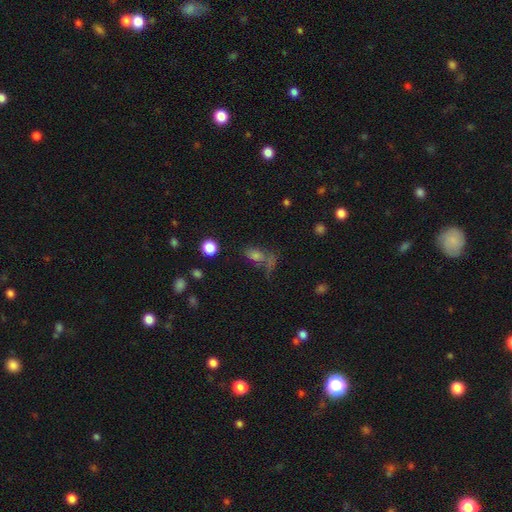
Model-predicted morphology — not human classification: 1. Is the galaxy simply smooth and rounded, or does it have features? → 63% smooth, 24% star or artifact, 13% featured or disk.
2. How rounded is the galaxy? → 73% in between, 20% round, 7% cigar-shaped.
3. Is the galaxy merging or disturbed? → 47% none, 25% merger, 15% minor disturbance, 13% major disturbance.